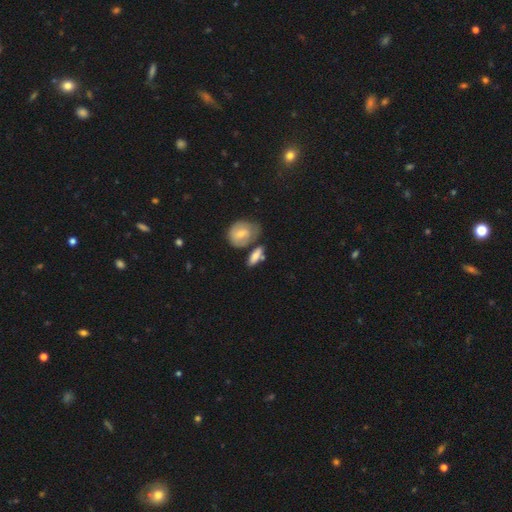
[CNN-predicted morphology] type=smooth (71%); roundness=in between (67%); merging=none (53%).